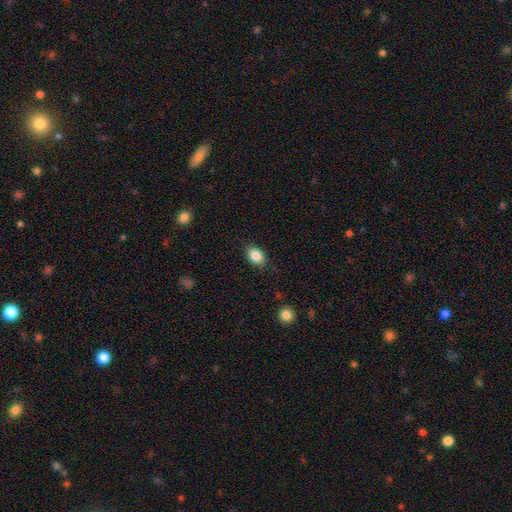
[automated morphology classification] type=smooth (85%); roundness=in between (76%); merging=none (84%).